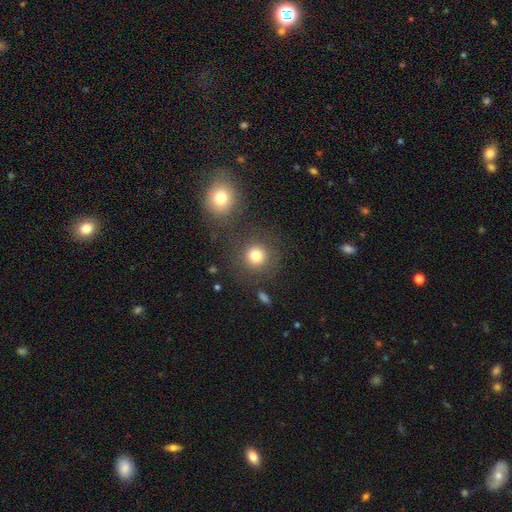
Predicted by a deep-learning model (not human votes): Smooth or featured? Predicted: smooth (p=0.79). How rounded? Predicted: round (p=0.91). Merging? Predicted: none (p=0.78).